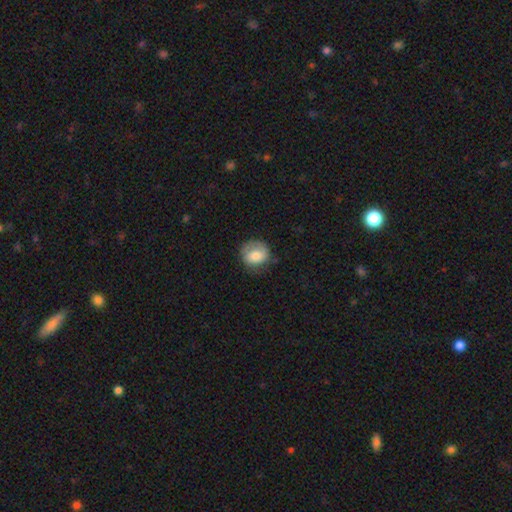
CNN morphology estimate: Smooth or featured?
  - smooth: 73% *
  - featured or disk: 20%
  - star or artifact: 8%
How rounded?
  - round: 70% *
  - in between: 29%
  - cigar-shaped: 1%
Merging?
  - none: 63% *
  - minor disturbance: 25%
  - major disturbance: 10%
  - merger: 2%